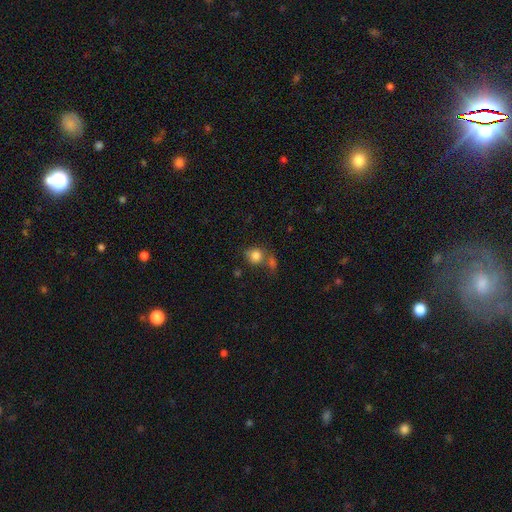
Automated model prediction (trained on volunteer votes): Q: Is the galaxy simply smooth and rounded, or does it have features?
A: smooth — 82%.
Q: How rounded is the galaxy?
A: round — 75%.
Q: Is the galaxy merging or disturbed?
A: none — 49%.